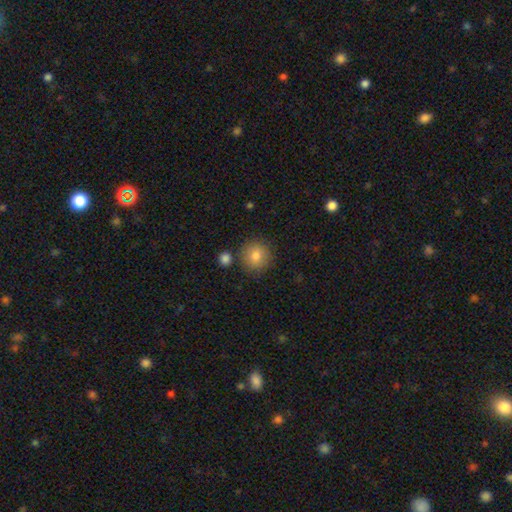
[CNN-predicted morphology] This is clearly a smooth galaxy (83%). How rounded: clearly round (92%). Merging: clearly none (84%).